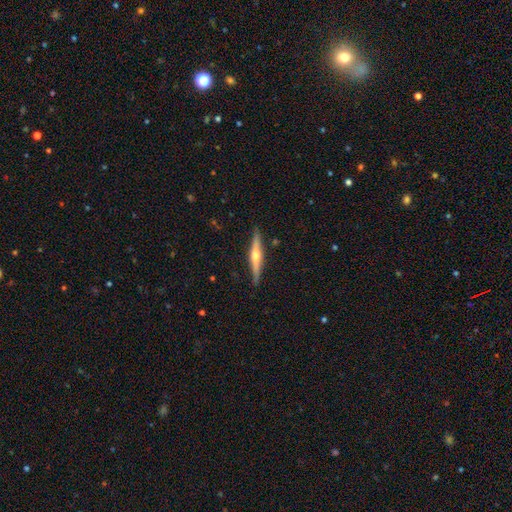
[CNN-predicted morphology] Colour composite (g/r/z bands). It shows a featured or disk galaxy (72%) viewed edge-on (97%) with a rounded central bulge (92%). Merging: none (89%).